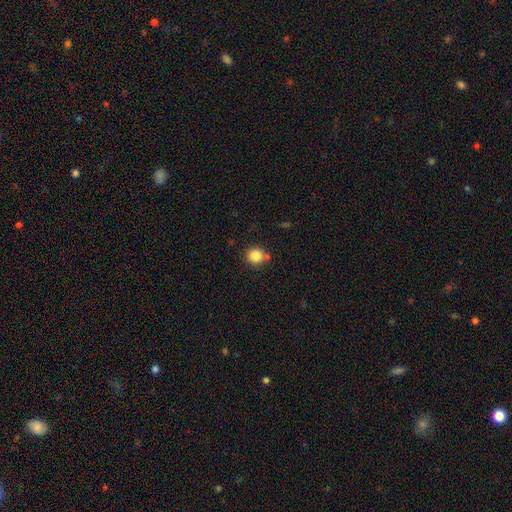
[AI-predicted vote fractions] smooth-or-featured: smooth: 85% | star or artifact: 10% | featured or disk: 5%
  how-rounded: round: 88% | in between: 11% | cigar-shaped: 1%
  merging: none: 75% | minor disturbance: 12% | merger: 10% | major disturbance: 3%